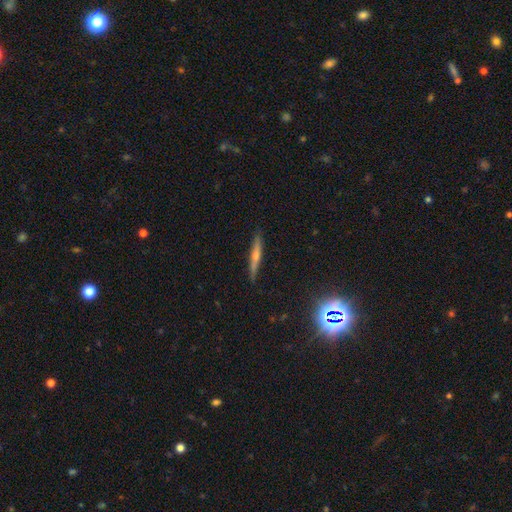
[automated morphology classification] type=featured or disk (46%); merging=none (86%).